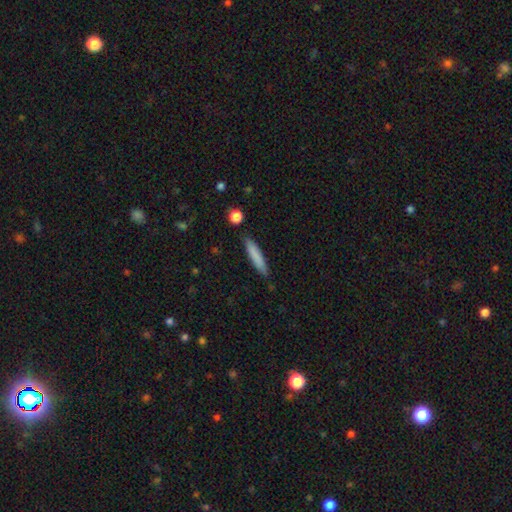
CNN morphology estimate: smooth_or_featured: smooth (p=0.81) [alt: featured or disk p=0.13]
how_rounded: cigar-shaped (p=0.88) [alt: in between p=0.11]
merging: none (p=0.85) [alt: minor disturbance p=0.11]